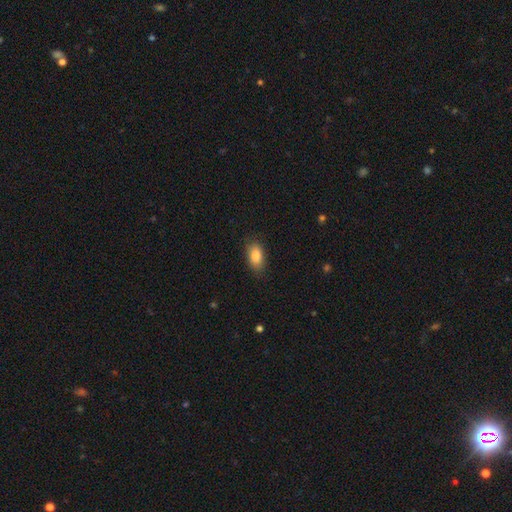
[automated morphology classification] A smooth galaxy with no disk features (86%) that is in between round and cigar-shaped (90%).

Vote fractions:
- Smooth or featured? smooth: 86% / star or artifact: 7% / featured or disk: 6%
- How rounded? in between: 90% / round: 6% / cigar-shaped: 4%
- Merging? none: 82% / minor disturbance: 13% / major disturbance: 3% / merger: 1%